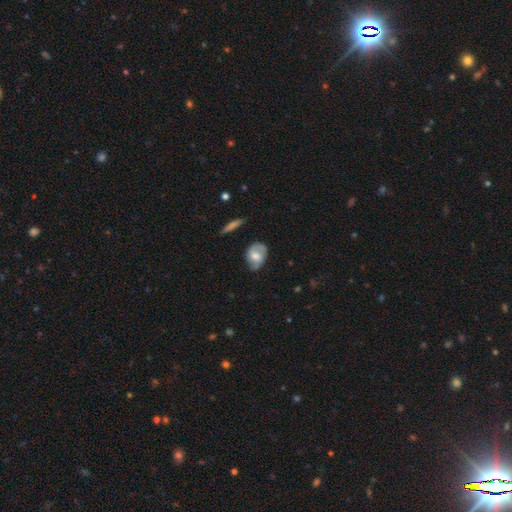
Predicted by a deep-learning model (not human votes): This is possibly a smooth galaxy (54%). How rounded: likely in between (71%). Merging: possibly none (59%).